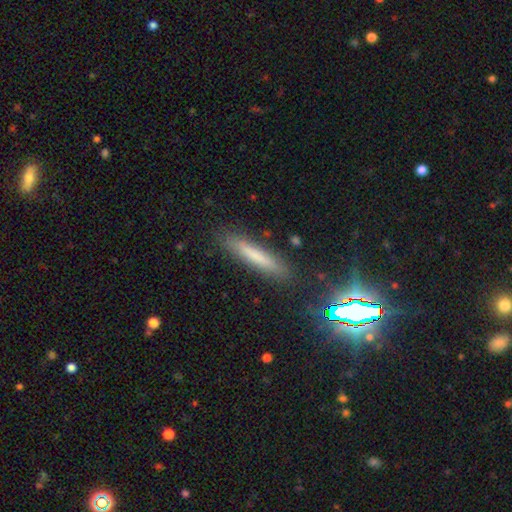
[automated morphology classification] type=smooth (69%); roundness=cigar-shaped (92%); merging=none (87%).